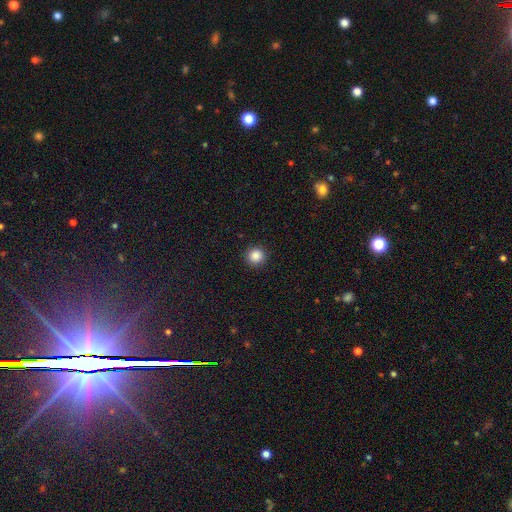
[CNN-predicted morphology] Smooth or featured? Predicted: smooth (p=0.87). How rounded? Predicted: round (p=0.95). Merging? Predicted: none (p=0.92).